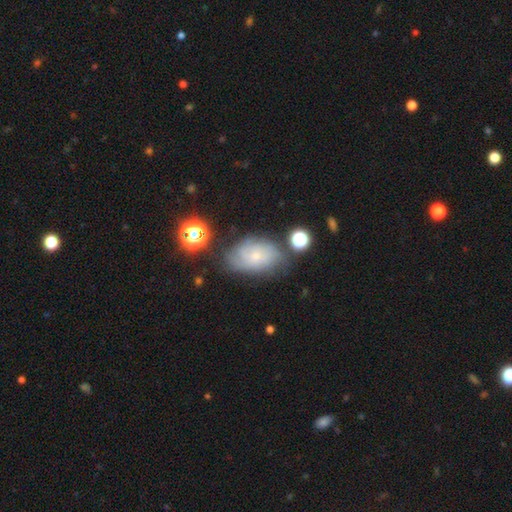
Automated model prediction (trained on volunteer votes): Q: Smooth or featured?
A: featured or disk (45%); runner-up: smooth (42%)
Q: Merging?
A: none (58%); runner-up: minor disturbance (26%)